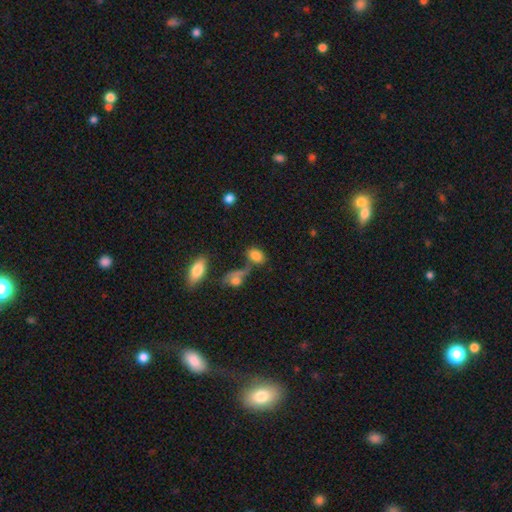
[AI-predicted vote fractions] Smooth or featured?
  - smooth: 82% *
  - star or artifact: 10%
  - featured or disk: 8%
How rounded?
  - in between: 85% *
  - round: 12%
  - cigar-shaped: 3%
Merging?
  - none: 53% *
  - merger: 22%
  - minor disturbance: 16%
  - major disturbance: 9%